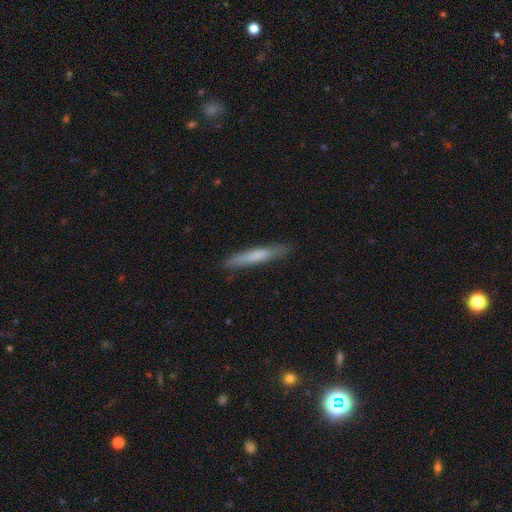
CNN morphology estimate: This appears to be a smooth galaxy with no disk features (68%) that is cigar-shaped (94%). Merging: none (85%).